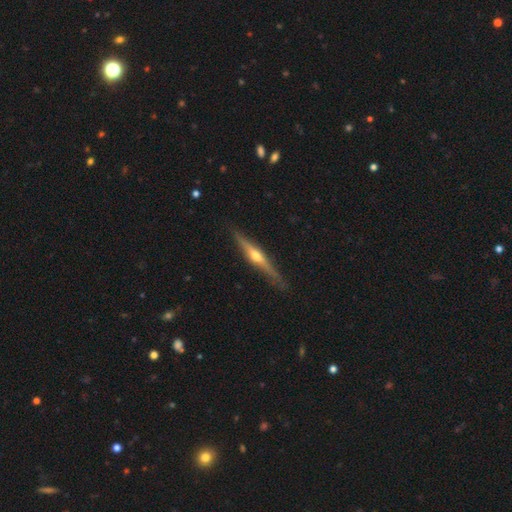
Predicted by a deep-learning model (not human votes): This is likely a featured or disk galaxy (75%). It is clearly viewed edge-on (97%). Edge-on bulge: clearly rounded (91%). Merging: clearly none (87%).